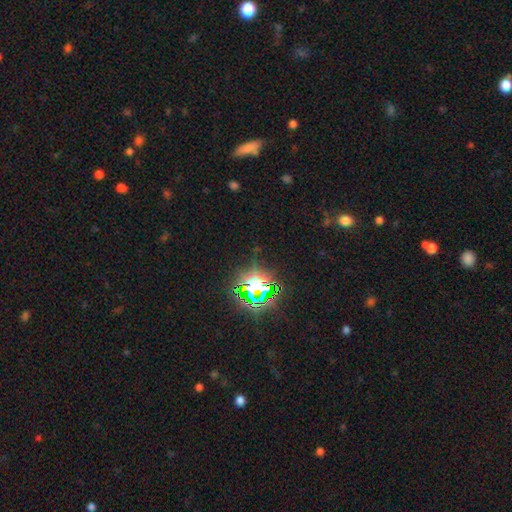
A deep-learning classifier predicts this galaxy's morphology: A star or artifact, not a galaxy (77%).